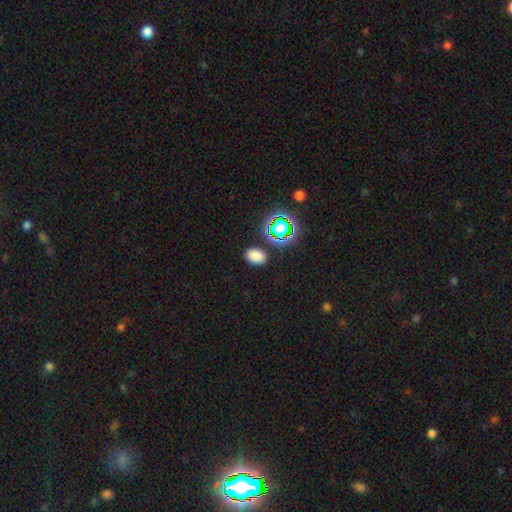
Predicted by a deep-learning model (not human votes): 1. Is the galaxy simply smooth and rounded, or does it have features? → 77% smooth, 18% star or artifact, 5% featured or disk.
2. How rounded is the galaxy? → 83% in between, 15% round, 1% cigar-shaped.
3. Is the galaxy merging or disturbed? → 86% none, 9% minor disturbance, 3% merger, 3% major disturbance.